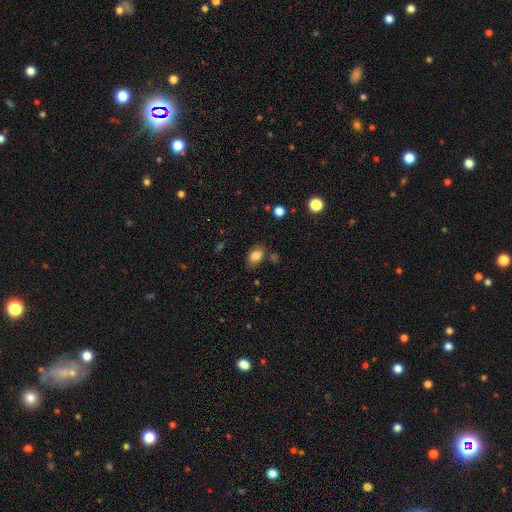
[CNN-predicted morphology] smooth 82%, star or artifact 9%, featured or disk 9%. Down the decision tree: how rounded — in between (84%); merging — none (75%).